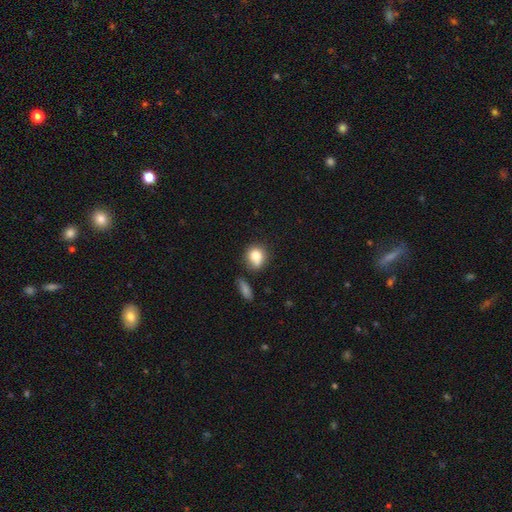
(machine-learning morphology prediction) smooth_or_featured: smooth (p=0.81) [alt: featured or disk p=0.09]
how_rounded: round (p=0.66) [alt: in between p=0.33]
merging: none (p=0.61) [alt: minor disturbance p=0.22]